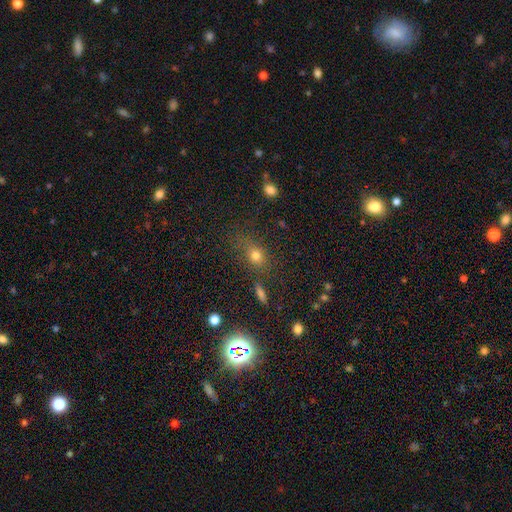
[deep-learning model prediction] Smooth or featured: smooth — 68% (star or artifact — 22%)
How rounded: round — 48% (tied with in between — 48%)
Merging: none — 70% (minor disturbance — 16%)